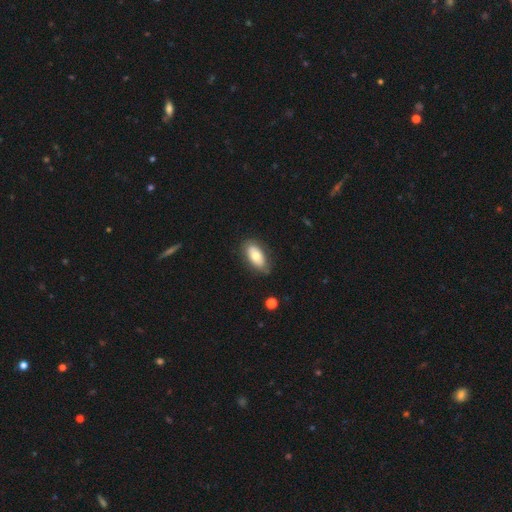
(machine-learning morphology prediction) Overall: smooth (67%). How rounded: in between (91%). Merging: none (73%).